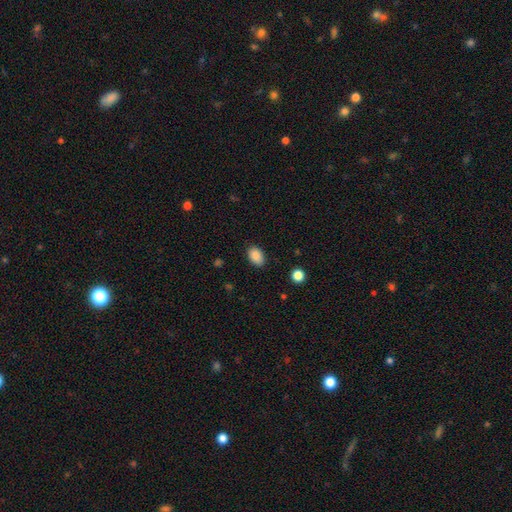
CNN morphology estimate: type=smooth (88%); roundness=in between (88%); merging=none (86%).